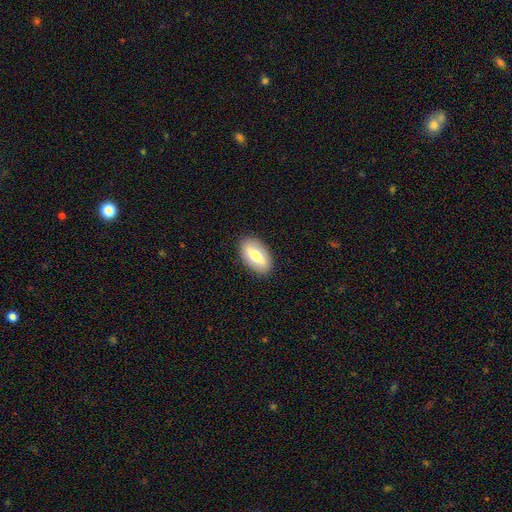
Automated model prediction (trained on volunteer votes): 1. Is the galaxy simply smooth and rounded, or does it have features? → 63% smooth, 31% featured or disk, 7% star or artifact.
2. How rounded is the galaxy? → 91% in between, 5% round, 4% cigar-shaped.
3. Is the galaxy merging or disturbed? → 88% none, 9% minor disturbance, 2% major disturbance, 1% merger.